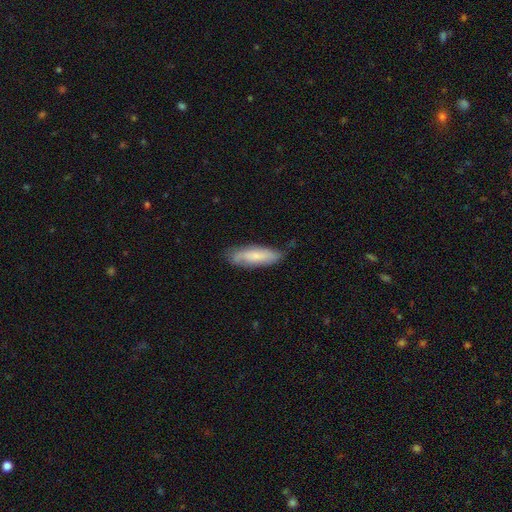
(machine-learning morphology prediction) A smooth galaxy with no disk features (60%) that is in between round and cigar-shaped (51%). Merging: none (72%).